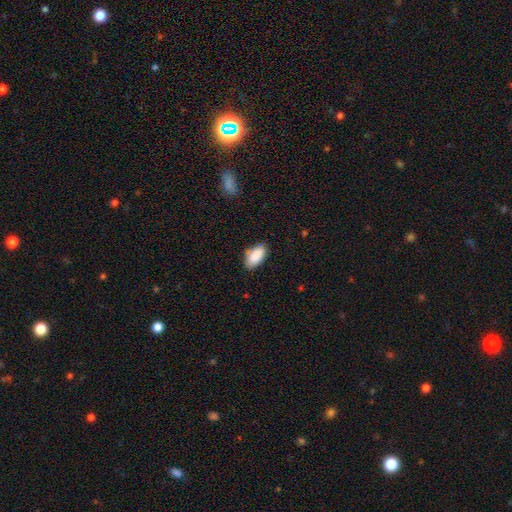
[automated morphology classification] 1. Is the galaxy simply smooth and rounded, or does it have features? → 88% smooth, 7% star or artifact, 5% featured or disk.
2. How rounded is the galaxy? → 93% in between, 4% cigar-shaped, 3% round.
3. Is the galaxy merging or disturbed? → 76% none, 18% minor disturbance, 3% major disturbance, 2% merger.